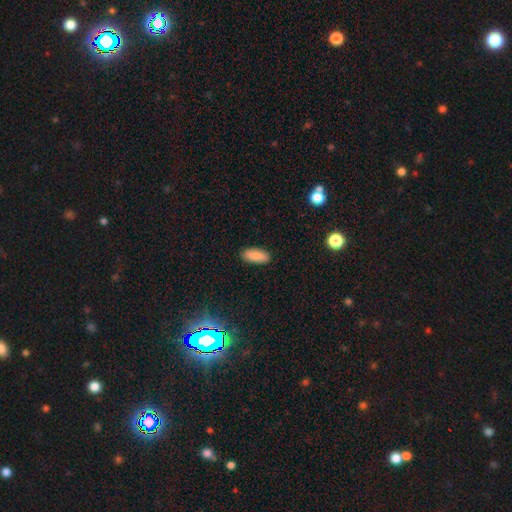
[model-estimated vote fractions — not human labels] Smooth or featured? smooth (84%)
How rounded? in between (81%)
Merging? none (88%)